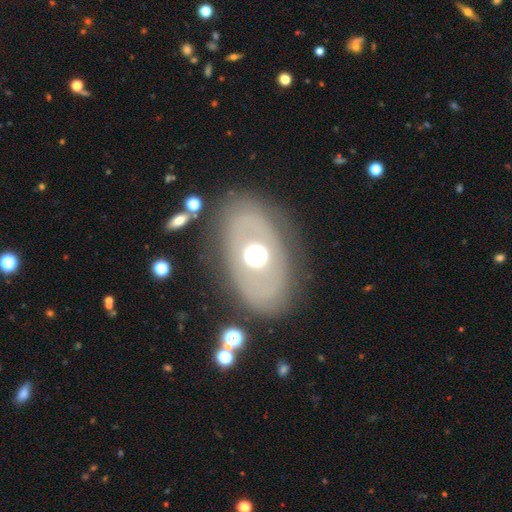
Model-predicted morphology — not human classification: This is possibly a featured or disk galaxy (50%). Merging: likely none (78%).